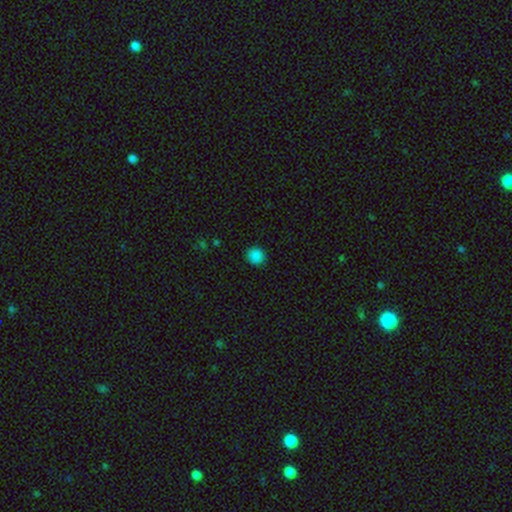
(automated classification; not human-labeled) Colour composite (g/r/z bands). It shows a smooth galaxy with no disk features (86%) that is round (87%). Merging: none (91%).